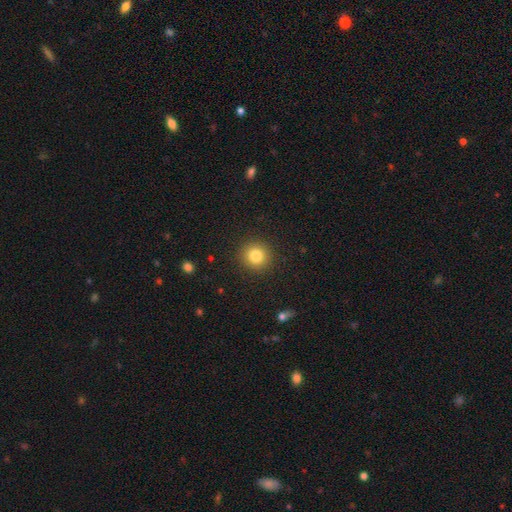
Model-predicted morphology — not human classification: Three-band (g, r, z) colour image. It shows a smooth galaxy with no disk features (82%) that is round (92%). Merging: none (91%).